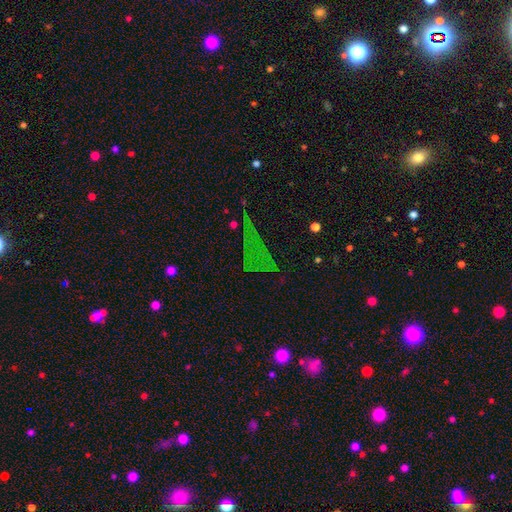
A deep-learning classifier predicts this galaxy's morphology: This is likely a star or artifact rather than a galaxy (61%).